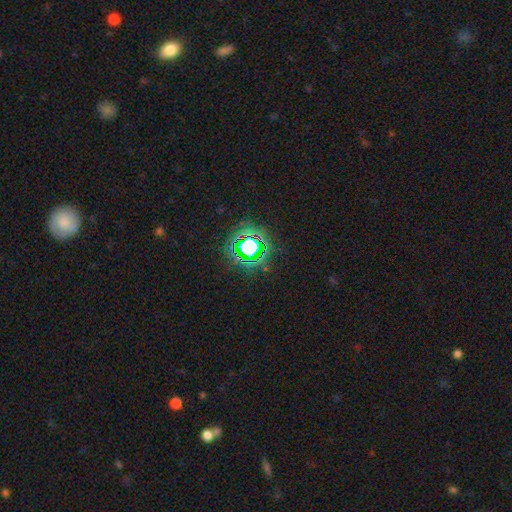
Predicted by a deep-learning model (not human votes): star or artifact 81%, smooth 13%, featured or disk 6%.